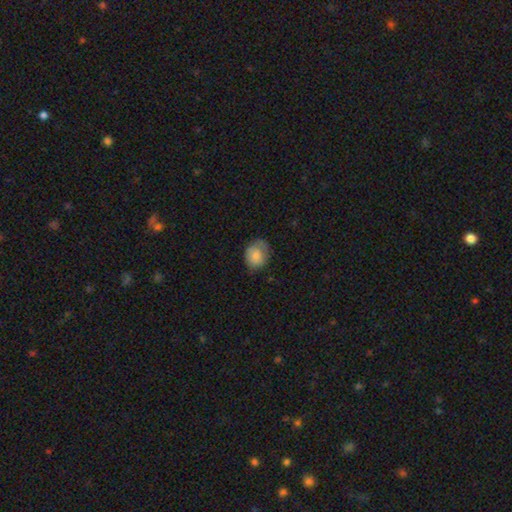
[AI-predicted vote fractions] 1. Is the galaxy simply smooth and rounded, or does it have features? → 77% smooth, 15% featured or disk, 8% star or artifact.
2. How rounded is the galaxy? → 54% round, 45% in between, 1% cigar-shaped.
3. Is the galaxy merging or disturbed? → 61% none, 29% minor disturbance, 8% major disturbance, 1% merger.